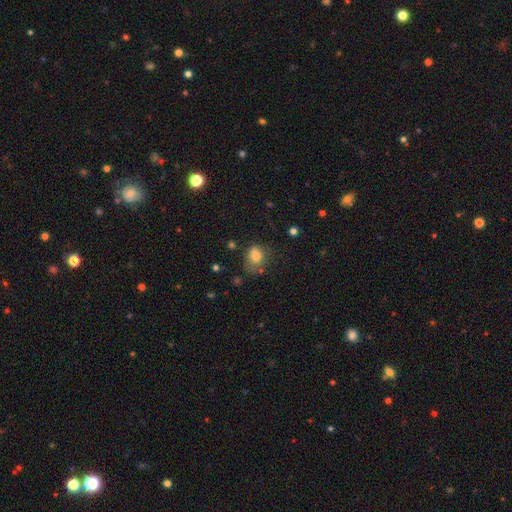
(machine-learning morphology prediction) type=smooth (77%); roundness=in between (55%); merging=none (42%).